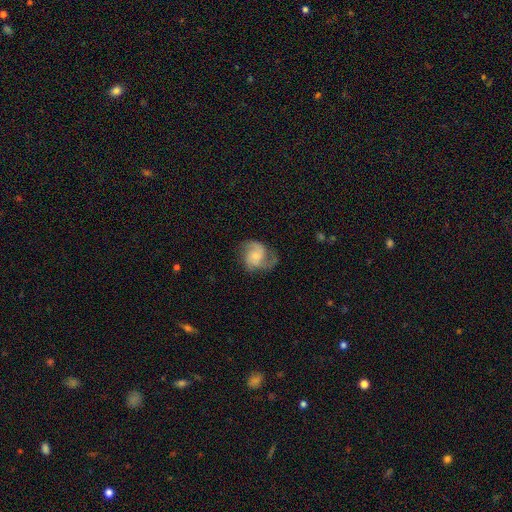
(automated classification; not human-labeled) smooth_or_featured: featured or disk (p=0.74) [alt: smooth p=0.19]
disk_edge_on: no (p=0.98) [alt: yes p=0.02]
bar: no (p=0.65) [alt: weak p=0.30]
has_spiral_arms: yes (p=0.94) [alt: no p=0.06]
spiral_winding: medium (p=0.50) [alt: loose p=0.28]
spiral_arm_count: 2 (p=0.71) [alt: 3 p=0.12]
bulge_size: small (p=0.47) [alt: moderate p=0.30]
merging: none (p=0.60) [alt: minor disturbance p=0.22]